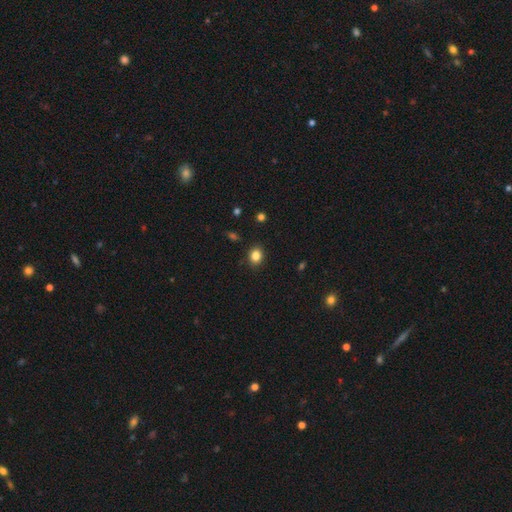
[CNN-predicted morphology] Smooth or featured: smooth — 84% (star or artifact — 11%)
How rounded: round — 63% (in between — 36%)
Merging: none — 89% (minor disturbance — 8%)